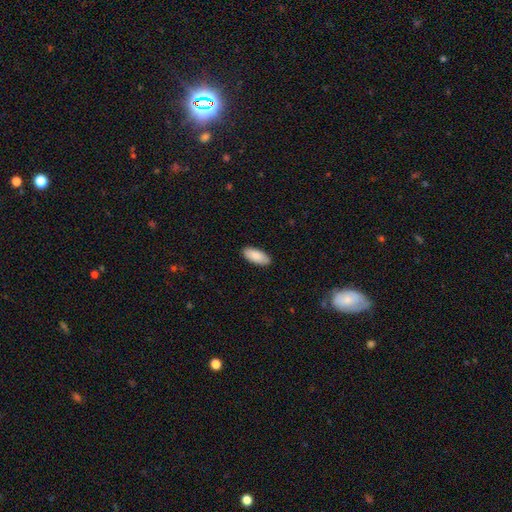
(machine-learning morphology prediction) This is clearly a smooth galaxy (89%). How rounded: clearly in between (88%). Merging: clearly none (88%).